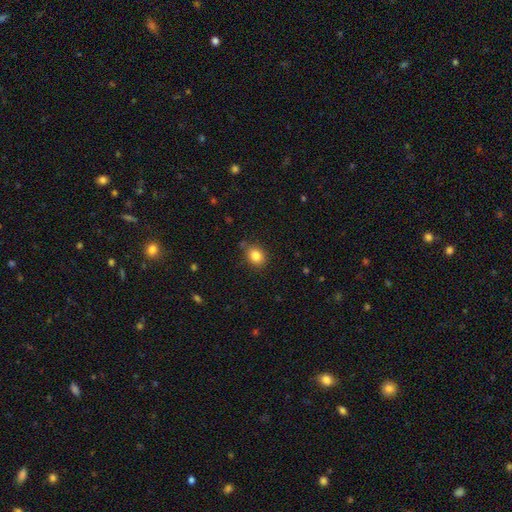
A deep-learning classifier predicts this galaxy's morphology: Overall: smooth (84%). How rounded: round (52%; in between 47%). Merging: none (78%).